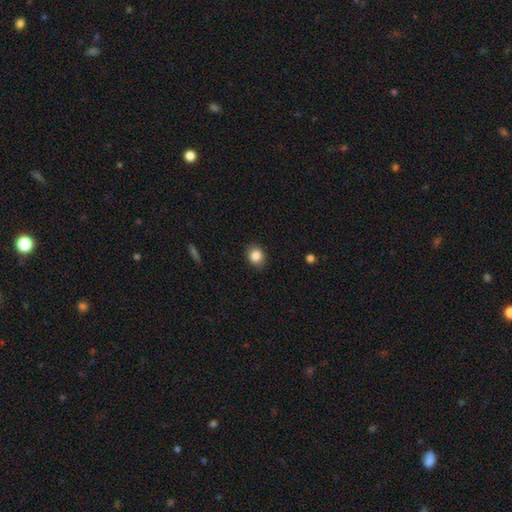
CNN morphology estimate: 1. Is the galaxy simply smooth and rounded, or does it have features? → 84% smooth, 9% star or artifact, 6% featured or disk.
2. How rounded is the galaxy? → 57% round, 42% in between, 1% cigar-shaped.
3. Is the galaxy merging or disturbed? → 88% none, 9% minor disturbance, 2% major disturbance, 1% merger.